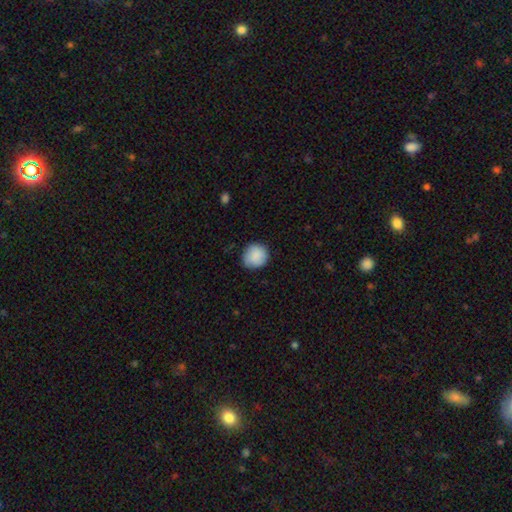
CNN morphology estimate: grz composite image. It shows a smooth galaxy with no disk features (88%) that is round (91%). Merging: none (85%).